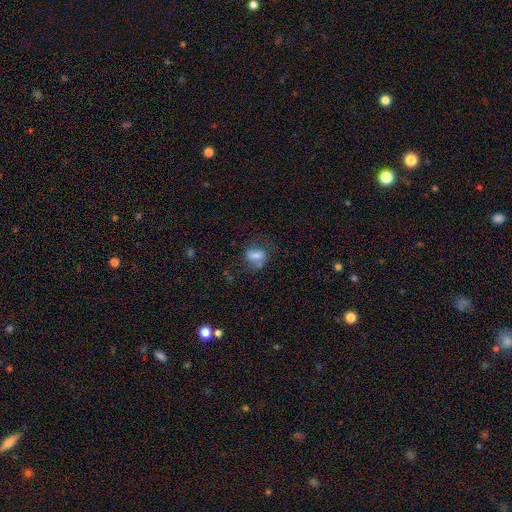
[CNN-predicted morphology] Smooth or featured? smooth (54%)
How rounded? in between (69%)
Merging? none (51%)